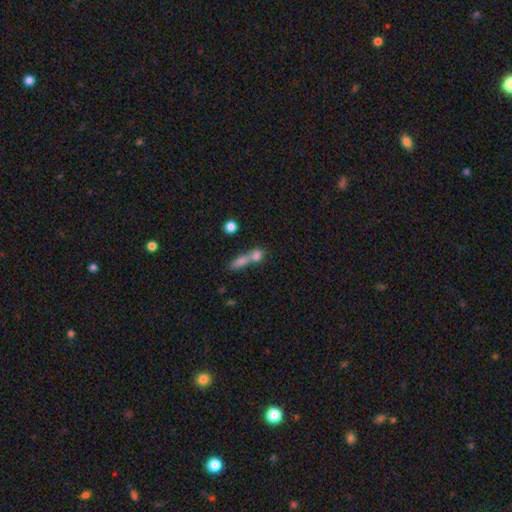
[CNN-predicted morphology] A smooth galaxy with no disk features (72%) that is in between round and cigar-shaped (42%).

Vote fractions:
- Smooth or featured? smooth: 72% / featured or disk: 16% / star or artifact: 11%
- How rounded? in between: 42% / round: 33% / cigar-shaped: 25%
- Merging? merger: 61% / none: 28% / minor disturbance: 7% / major disturbance: 5%